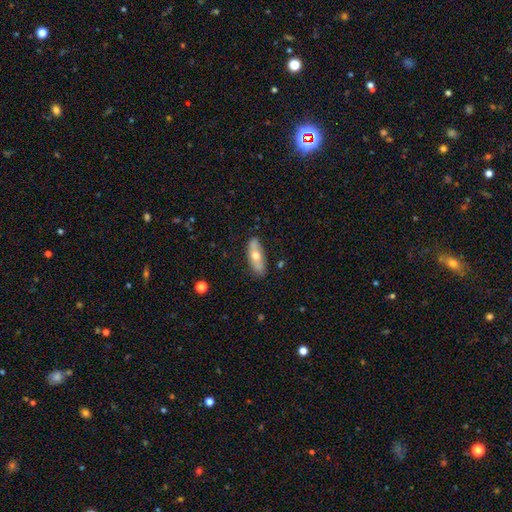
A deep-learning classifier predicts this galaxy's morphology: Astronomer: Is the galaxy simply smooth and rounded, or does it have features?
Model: smooth — 57% (runner-up: featured or disk, 37%).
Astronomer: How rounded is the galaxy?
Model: in between — 66%.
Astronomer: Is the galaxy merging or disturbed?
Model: none — 81%.